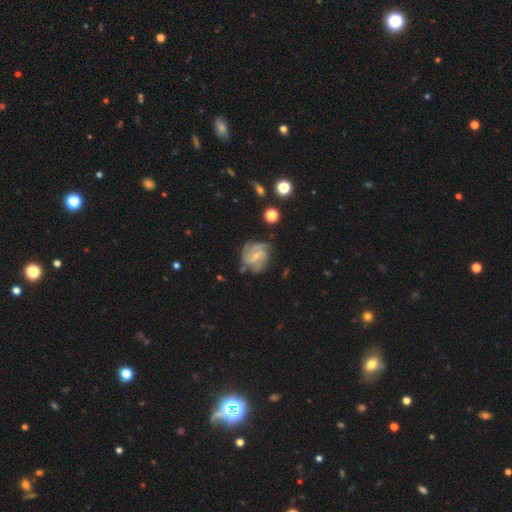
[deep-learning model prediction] Smooth or featured: featured or disk — 85% (smooth — 9%)
Edge-on disk: no — 98% (yes — 2%)
Bar: weak — 48% (no — 40%)
Spiral arms: yes — 97% (no — 3%)
Spiral winding: tight — 52% (medium — 40%)
Spiral arm count: 3 — 43% (4 — 17%)
Bulge size: small — 67% (moderate — 27%)
Merging: none — 69% (minor disturbance — 21%)